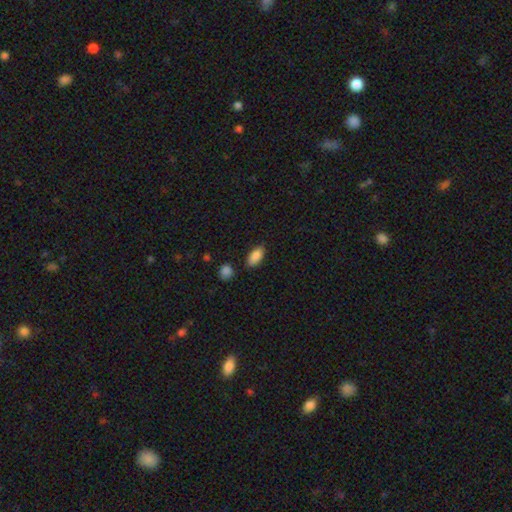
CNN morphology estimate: Smooth or featured? Predicted: smooth (p=0.87). How rounded? Predicted: in between (p=0.90). Merging? Predicted: none (p=0.82).